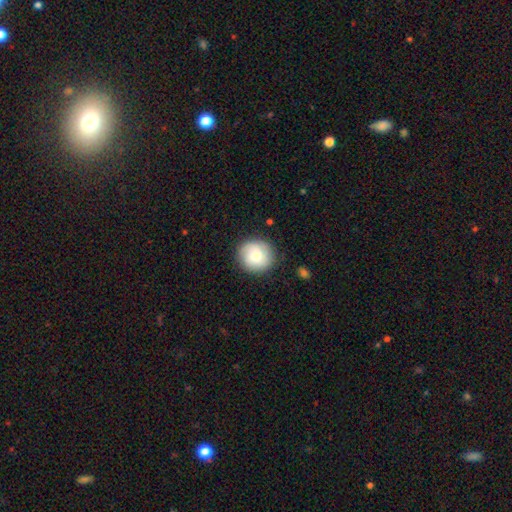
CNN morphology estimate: smooth 72%, featured or disk 21%, star or artifact 7%. Down the decision tree: how rounded — round (90%); merging — none (86%).